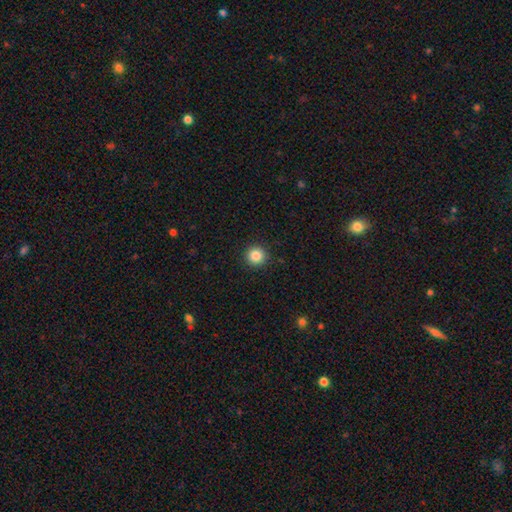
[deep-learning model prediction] Smooth or featured? Predicted: smooth (p=0.85). How rounded? Predicted: round (p=0.95). Merging? Predicted: none (p=0.93).